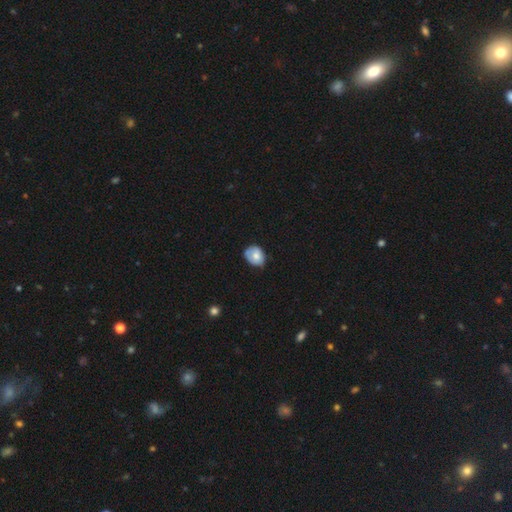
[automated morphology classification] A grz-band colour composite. It shows a smooth galaxy with no disk features (70%) that is in between round and cigar-shaped (51%). Merging: none (50%).